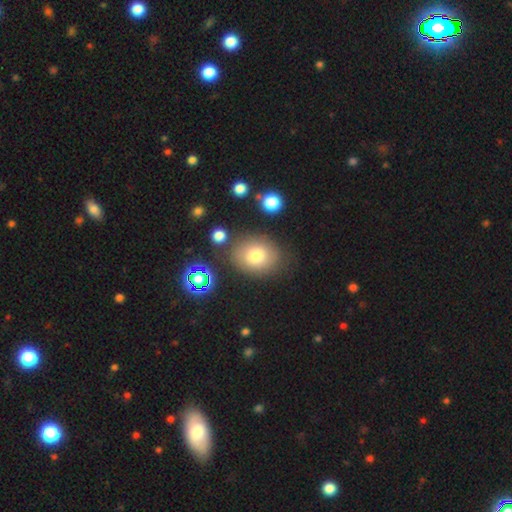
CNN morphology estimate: smooth-or-featured: smooth: 76% | featured or disk: 12% | star or artifact: 12%
  how-rounded: in between: 51% | round: 48% | cigar-shaped: 1%
  merging: none: 77% | minor disturbance: 13% | merger: 5% | major disturbance: 5%